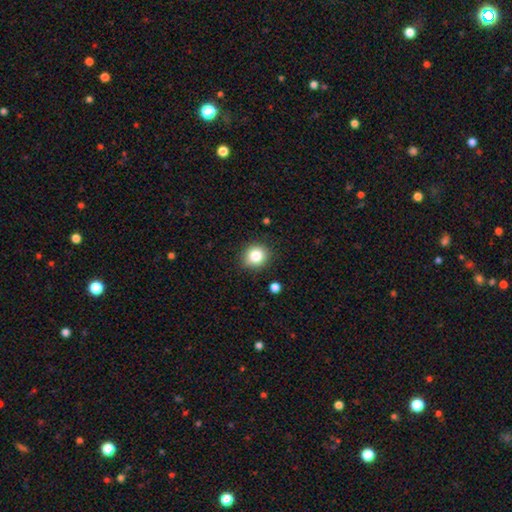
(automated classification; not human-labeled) Morphology: type=smooth (83%); roundness=round (85%); merging=none (87%).